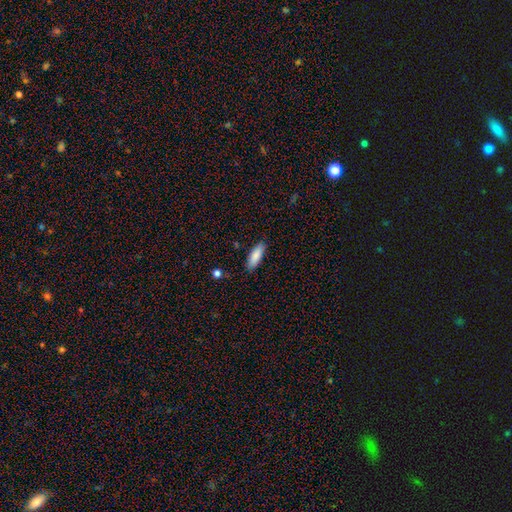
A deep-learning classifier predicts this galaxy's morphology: Overall: smooth (86%). How rounded: in between (59%; cigar-shaped 40%). Merging: none (86%).